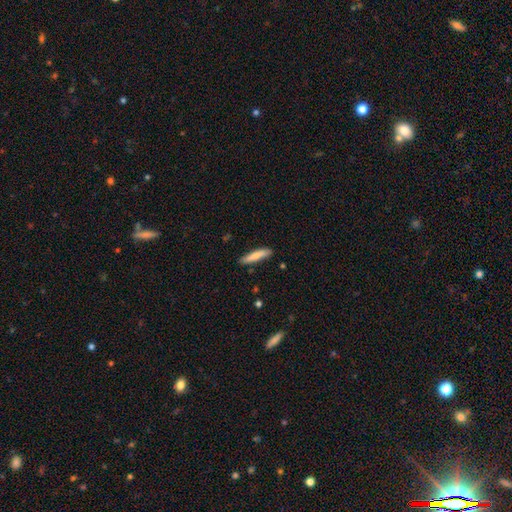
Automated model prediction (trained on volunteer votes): This is likely a smooth galaxy (77%). How rounded: clearly cigar-shaped (88%). Merging: clearly none (84%).